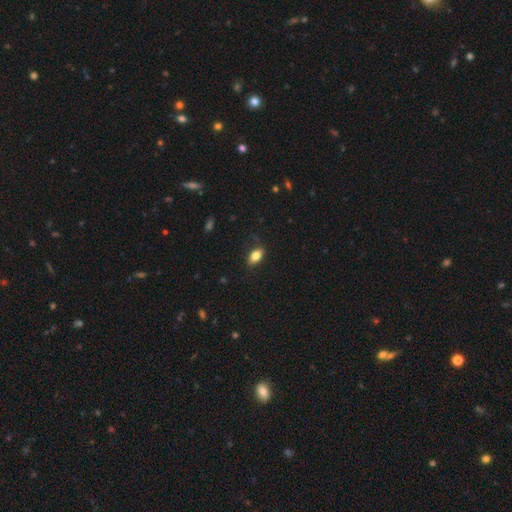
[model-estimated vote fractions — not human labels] smooth_or_featured: smooth (p=0.82) [alt: featured or disk p=0.10]
how_rounded: in between (p=0.88) [alt: round p=0.08]
merging: none (p=0.83) [alt: minor disturbance p=0.13]